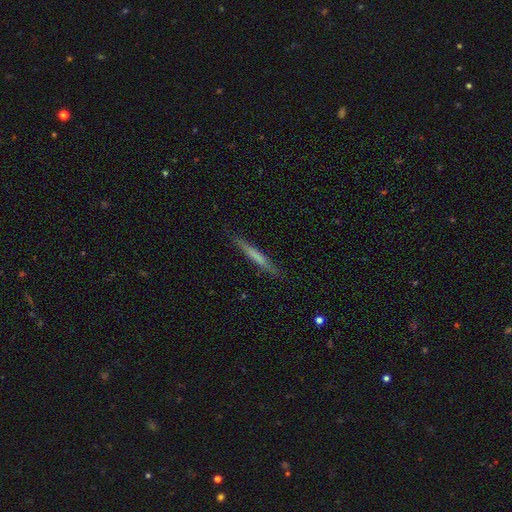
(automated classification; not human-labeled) Smooth or featured?
  - featured or disk: 48% *
  - smooth: 45%
  - star or artifact: 8%
Merging?
  - none: 89% *
  - minor disturbance: 8%
  - major disturbance: 2%
  - merger: 1%